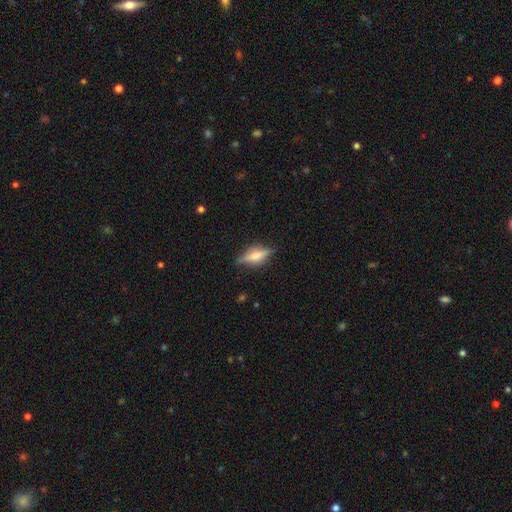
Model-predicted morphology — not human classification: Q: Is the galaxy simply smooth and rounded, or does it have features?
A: featured or disk — 60%.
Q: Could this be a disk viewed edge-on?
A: yes — 93%.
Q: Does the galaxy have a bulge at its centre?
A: rounded — 75%.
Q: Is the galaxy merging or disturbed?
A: none — 82%.